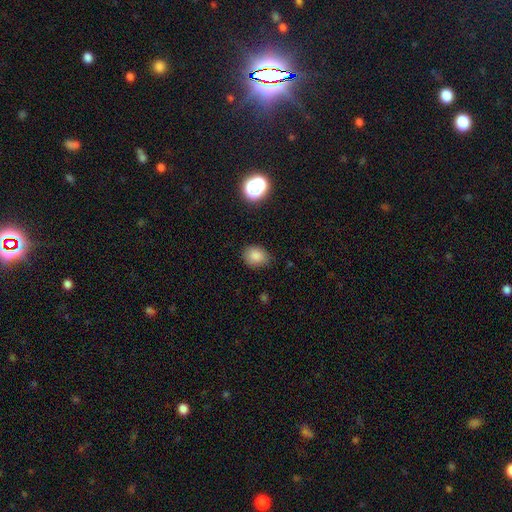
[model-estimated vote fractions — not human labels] The model was most divided on "how rounded": in between: 54%, round: 45%, cigar-shaped: 1%. More confident: smooth or featured — smooth (83%); merging — none (78%).